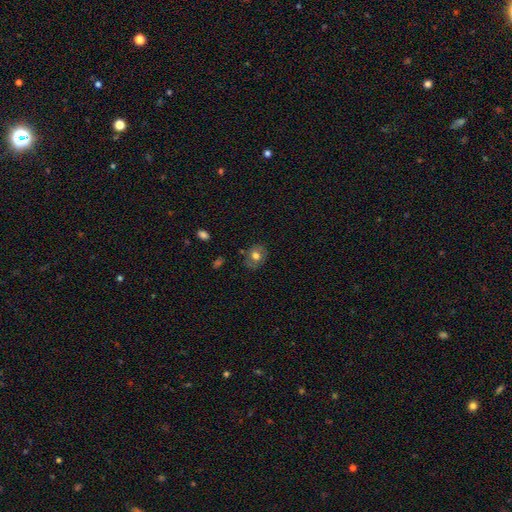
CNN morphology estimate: Smooth or featured?
  - smooth: 70% *
  - featured or disk: 20%
  - star or artifact: 10%
How rounded?
  - round: 58% *
  - in between: 41%
  - cigar-shaped: 1%
Merging?
  - none: 81% *
  - minor disturbance: 14%
  - major disturbance: 4%
  - merger: 2%